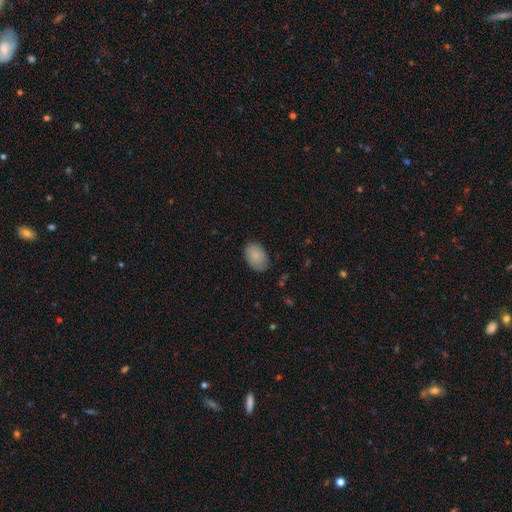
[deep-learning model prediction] Smooth or featured? smooth (85%)
How rounded? in between (86%)
Merging? none (78%)